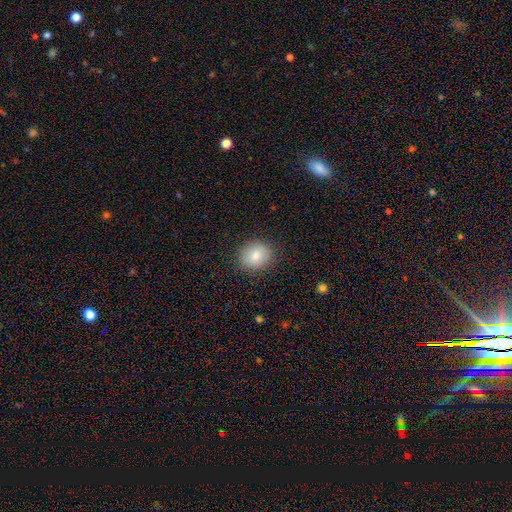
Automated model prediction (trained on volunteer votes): This is clearly a smooth galaxy (83%). How rounded: likely round (69%). Merging: clearly none (87%).